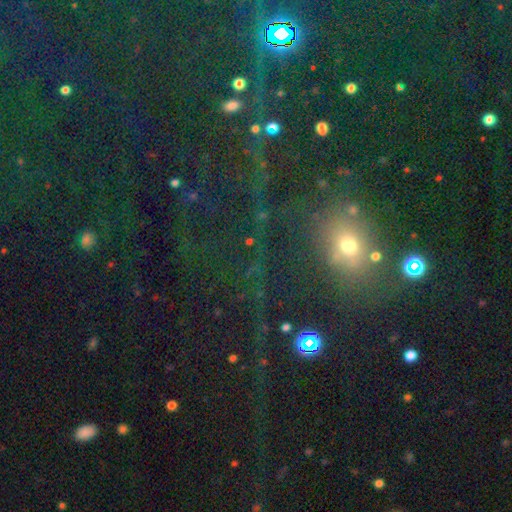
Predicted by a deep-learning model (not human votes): Smooth or featured: star or artifact — 53% (smooth — 37%)